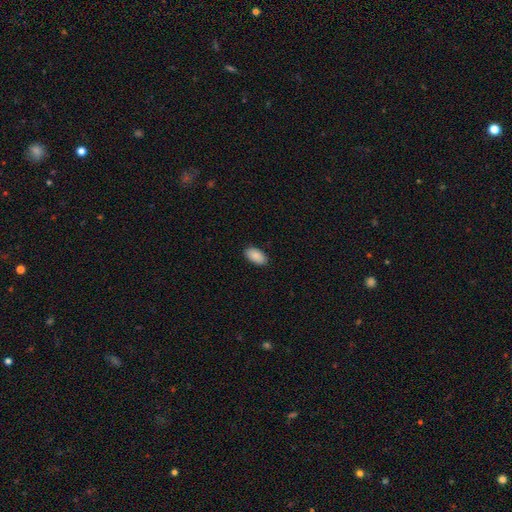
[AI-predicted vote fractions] Smooth or featured: smooth — 90% (star or artifact — 7%)
How rounded: in between — 95% (round — 3%)
Merging: none — 89% (minor disturbance — 8%)